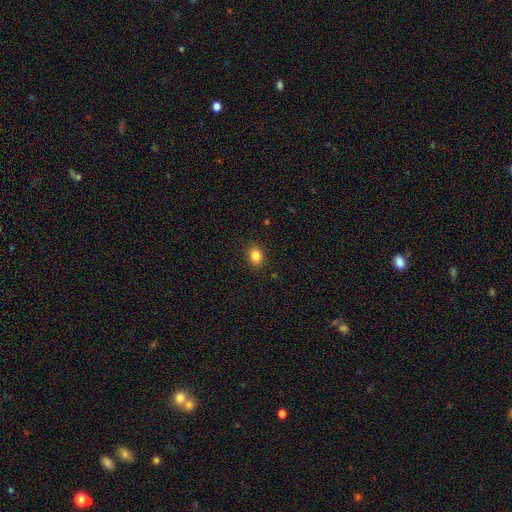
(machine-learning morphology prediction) Overall: smooth (84%). How rounded: in between (50%; round 49%). Merging: none (89%).